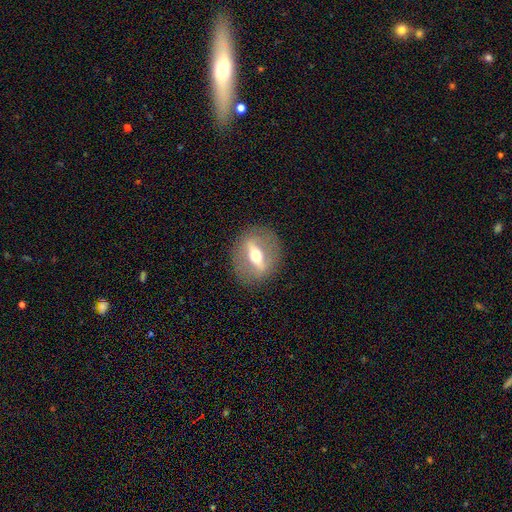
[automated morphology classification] featured or disk 73%, smooth 20%, star or artifact 7%. Down the decision tree: edge-on disk — yes (56%); merging — none (86%).